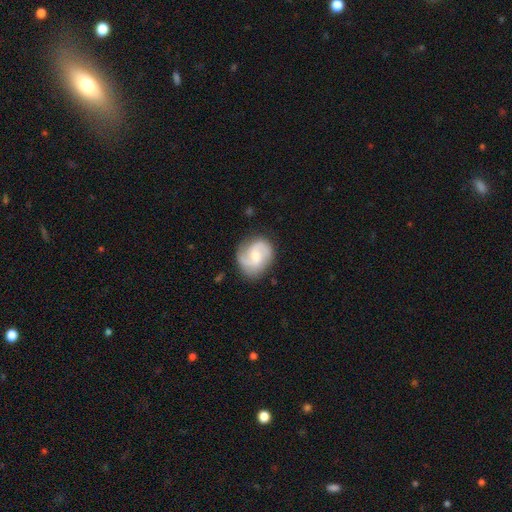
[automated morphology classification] smooth_or_featured: featured or disk (p=0.76) [alt: smooth p=0.18]
disk_edge_on: no (p=0.98) [alt: yes p=0.02]
bar: weak (p=0.48) [alt: no p=0.42]
has_spiral_arms: yes (p=0.95) [alt: no p=0.05]
spiral_winding: medium (p=0.49) [alt: loose p=0.32]
spiral_arm_count: 2 (p=0.86) [alt: can't tell p=0.05]
bulge_size: small (p=0.47) [alt: moderate p=0.45]
merging: none (p=0.80) [alt: minor disturbance p=0.14]